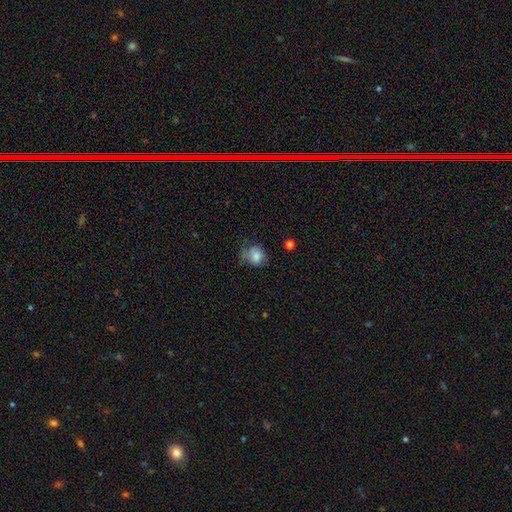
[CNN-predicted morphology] Smooth or featured? smooth (75%)
How rounded? round (57%)
Merging? none (46%)